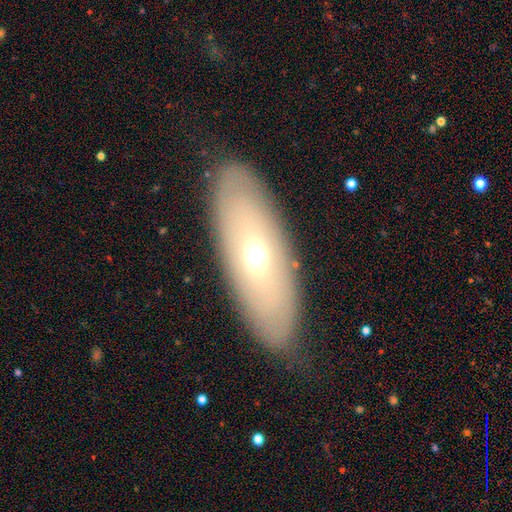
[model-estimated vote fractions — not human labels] Smooth or featured?
  - smooth: 53% *
  - featured or disk: 38%
  - star or artifact: 9%
How rounded?
  - in between: 72% *
  - cigar-shaped: 24%
  - round: 4%
Merging?
  - none: 82% *
  - minor disturbance: 12%
  - major disturbance: 5%
  - merger: 2%